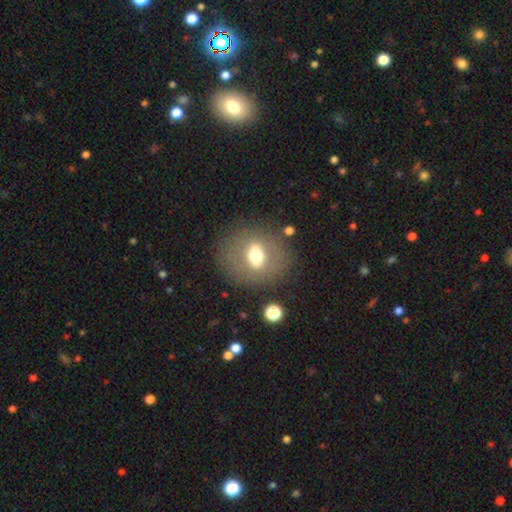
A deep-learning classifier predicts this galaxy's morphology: A smooth galaxy with no disk features (52%) that is round (67%). Merging: none (80%).